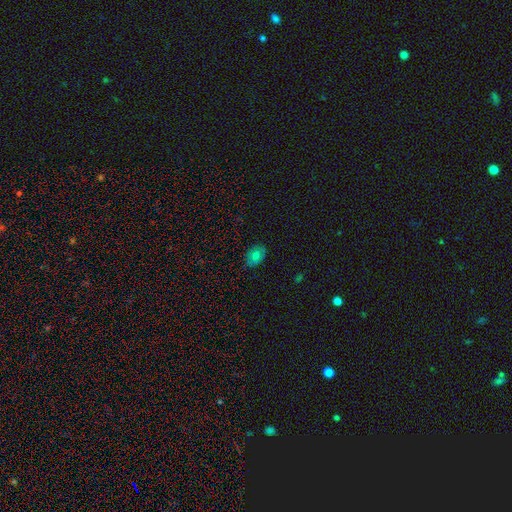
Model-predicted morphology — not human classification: A smooth galaxy with no disk features (74%) that is in between round and cigar-shaped (76%).

Vote fractions:
- Smooth or featured? smooth: 74% / featured or disk: 16% / star or artifact: 10%
- How rounded? in between: 76% / round: 23% / cigar-shaped: 1%
- Merging? none: 84% / minor disturbance: 13% / major disturbance: 2% / merger: 1%